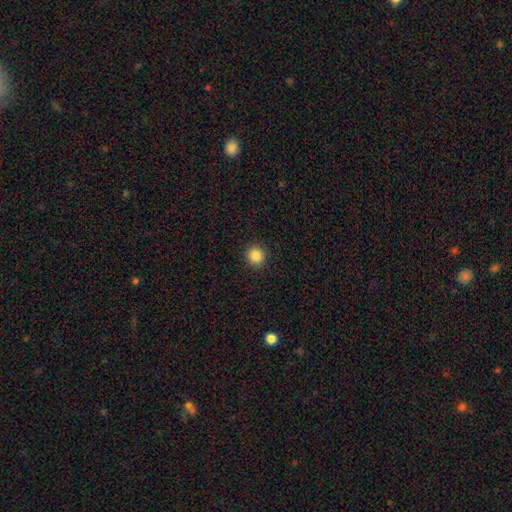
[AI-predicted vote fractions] A smooth galaxy with no disk features (86%) that is round (90%). Merging: none (92%).